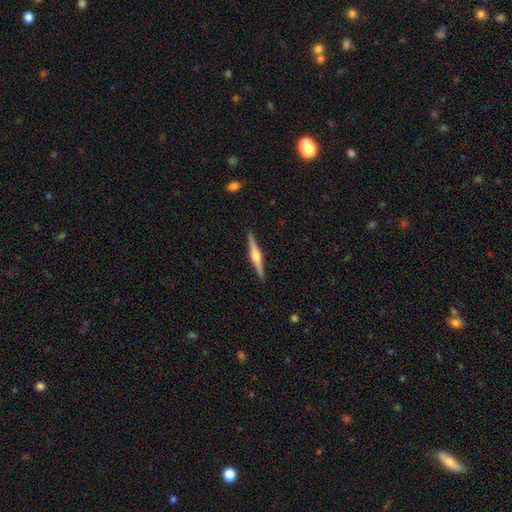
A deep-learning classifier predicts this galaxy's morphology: Overall: featured or disk (78%). Edge-on disk: yes (98%). Edge-on bulge: rounded (88%). Merging: none (92%).